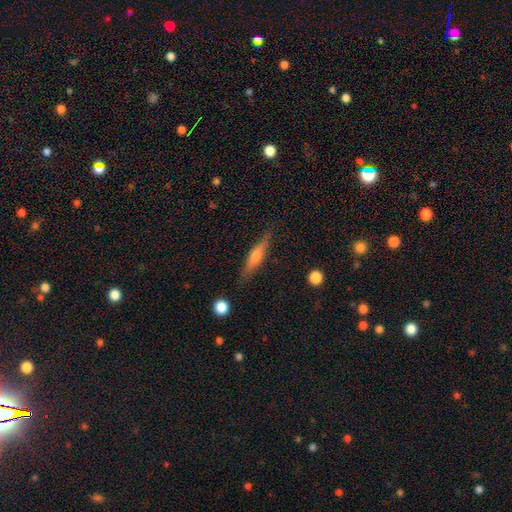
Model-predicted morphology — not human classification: A featured or disk galaxy (53%) viewed edge-on (95%) with a rounded central bulge (76%). Merging: none (86%).